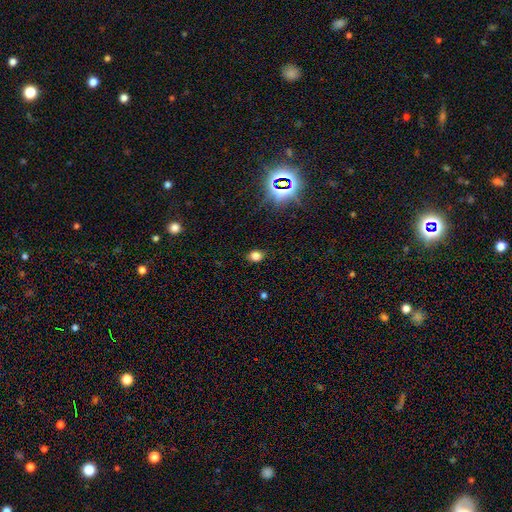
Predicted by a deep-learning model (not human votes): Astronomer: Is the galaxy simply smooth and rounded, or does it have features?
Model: smooth — 75%.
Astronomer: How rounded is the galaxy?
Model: round — 54% (runner-up: in between, 44%).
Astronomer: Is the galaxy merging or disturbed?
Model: none — 85%.